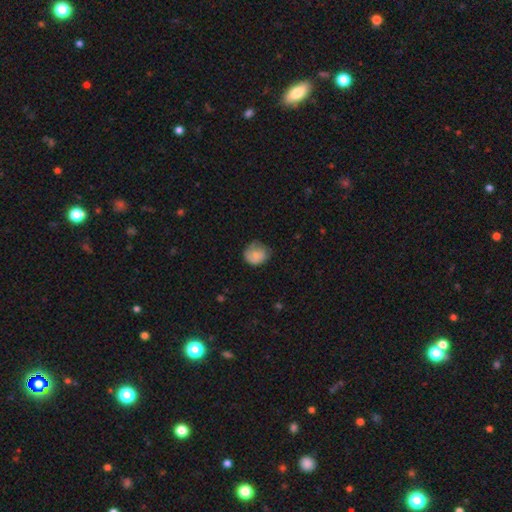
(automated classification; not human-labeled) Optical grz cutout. It shows a smooth galaxy with no disk features (78%) that is round (72%). Merging: none (57%).